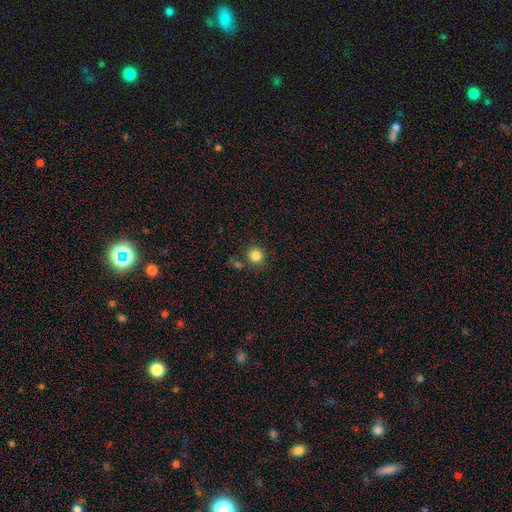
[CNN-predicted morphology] type=smooth (84%); roundness=round (91%); merging=none (82%).